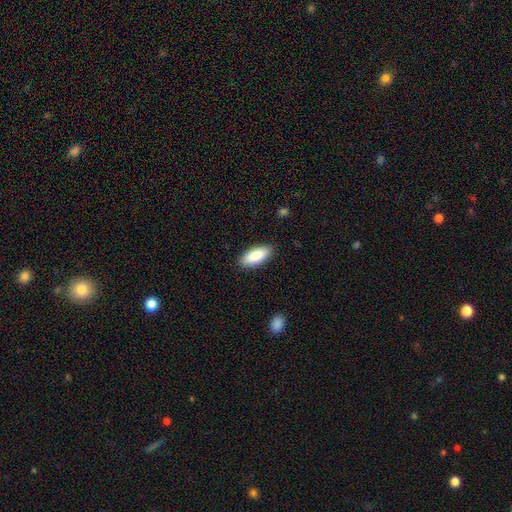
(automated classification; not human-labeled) smooth 87%, featured or disk 8%, star or artifact 6%. Down the decision tree: how rounded — in between (84%); merging — none (88%).